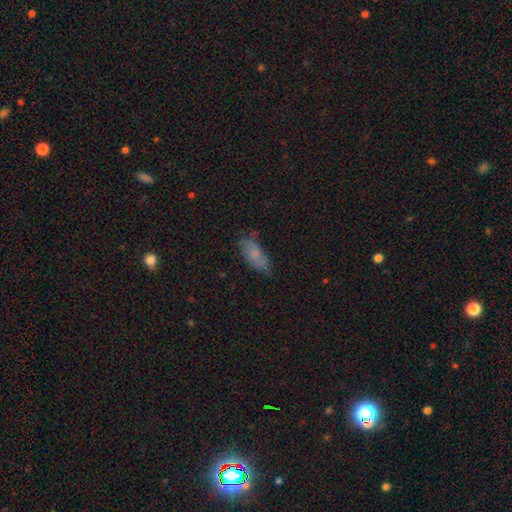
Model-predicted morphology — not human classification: This is likely a smooth galaxy (74%). How rounded: clearly in between (84%). Merging: likely none (60%).